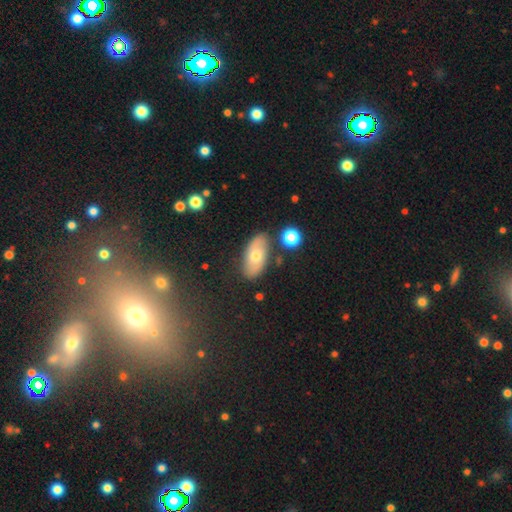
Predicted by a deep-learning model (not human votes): Smooth or featured?
  - smooth: 60% *
  - featured or disk: 32%
  - star or artifact: 9%
How rounded?
  - in between: 90% *
  - round: 5%
  - cigar-shaped: 5%
Merging?
  - none: 79% *
  - minor disturbance: 13%
  - merger: 5%
  - major disturbance: 4%